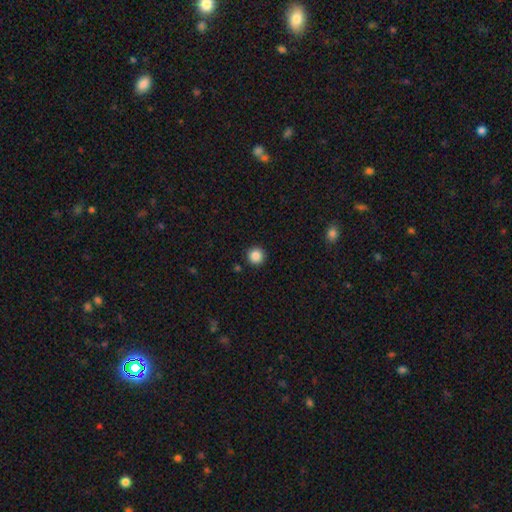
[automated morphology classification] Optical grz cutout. It shows a smooth galaxy with no disk features (86%) that is round (96%). Merging: none (92%).